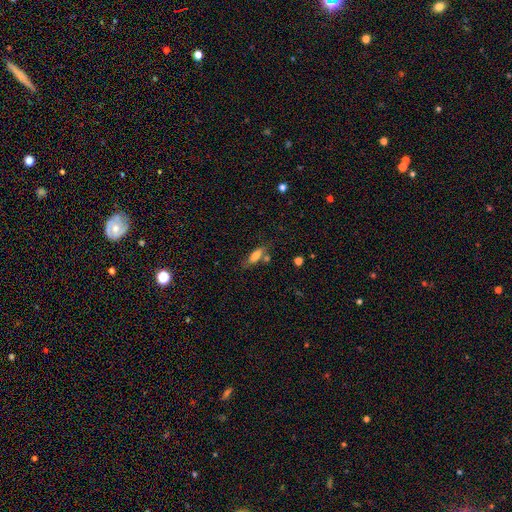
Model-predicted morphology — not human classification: Smooth or featured: smooth — 73% (featured or disk — 19%)
How rounded: in between — 66% (cigar-shaped — 31%)
Merging: none — 60% (minor disturbance — 19%)